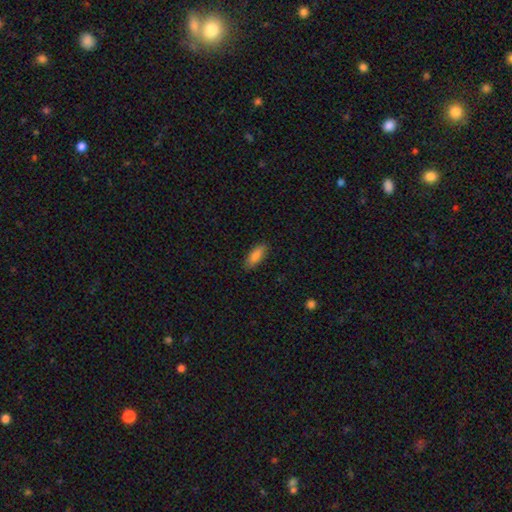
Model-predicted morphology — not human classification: This appears to be a smooth galaxy with no disk features (85%) that is in between round and cigar-shaped (71%). Merging: none (87%).